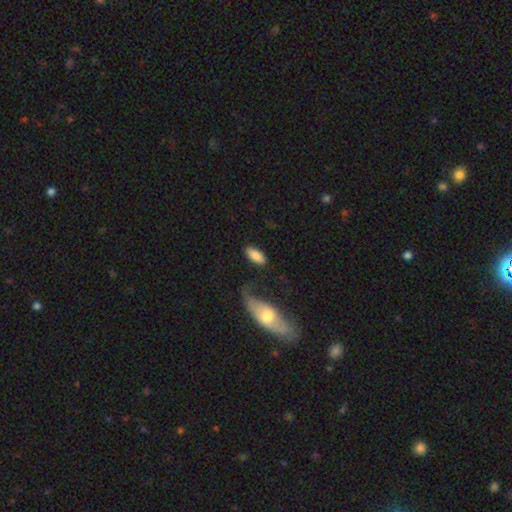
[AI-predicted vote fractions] A smooth galaxy with no disk features (83%) that is in between round and cigar-shaped (89%). Merging: none (72%).